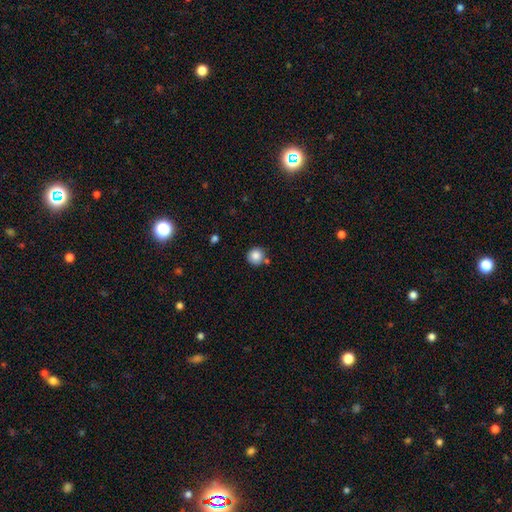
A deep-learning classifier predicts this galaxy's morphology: The model was most divided on "merging": none: 77%, minor disturbance: 11%, merger: 10%, major disturbance: 3%. More confident: how rounded — round (94%); smooth or featured — smooth (86%).